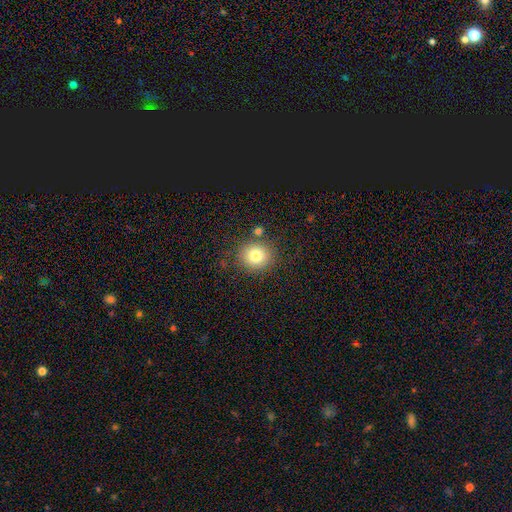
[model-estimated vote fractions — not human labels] Smooth or featured? smooth (80%)
How rounded? round (81%)
Merging? none (80%)